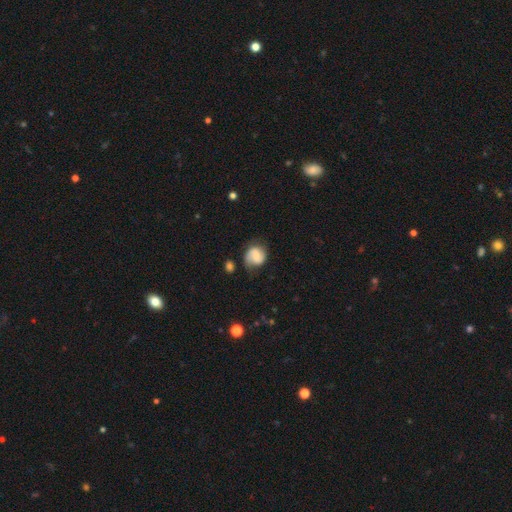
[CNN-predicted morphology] smooth_or_featured: smooth (p=0.48) [alt: featured or disk p=0.44]
merging: none (p=0.59) [alt: minor disturbance p=0.27]